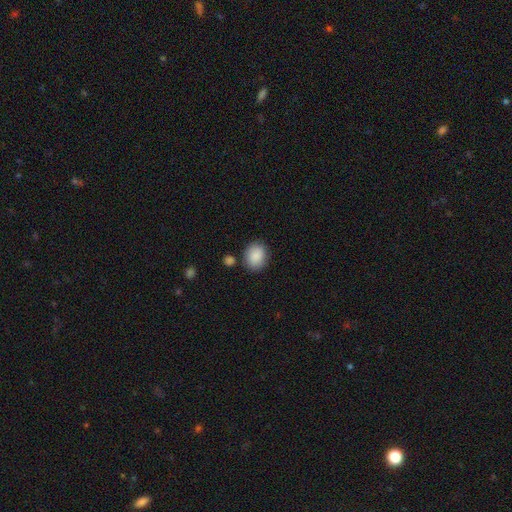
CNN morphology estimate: Smooth or featured: smooth — 89% (star or artifact — 7%)
How rounded: round — 52% (in between — 47%)
Merging: none — 80% (minor disturbance — 12%)